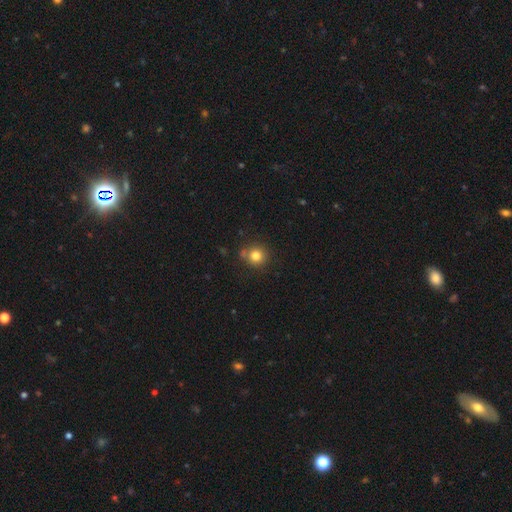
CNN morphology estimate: Smooth or featured: smooth — 81% (star or artifact — 12%)
How rounded: round — 92% (in between — 7%)
Merging: none — 76% (minor disturbance — 11%)